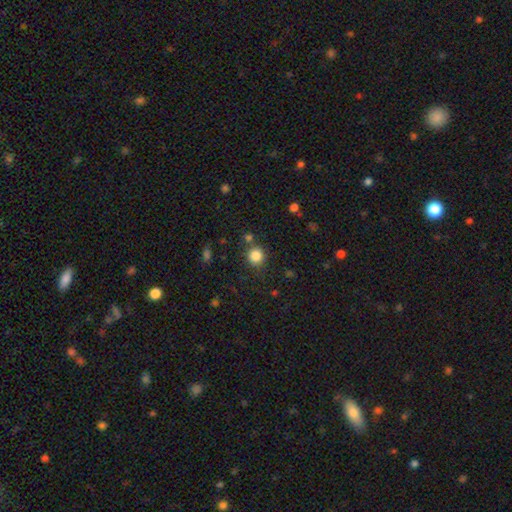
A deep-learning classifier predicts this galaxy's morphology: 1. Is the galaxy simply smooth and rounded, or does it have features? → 84% smooth, 12% star or artifact, 4% featured or disk.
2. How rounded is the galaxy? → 89% round, 11% in between, 1% cigar-shaped.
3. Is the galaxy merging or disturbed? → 78% none, 10% minor disturbance, 8% merger, 4% major disturbance.